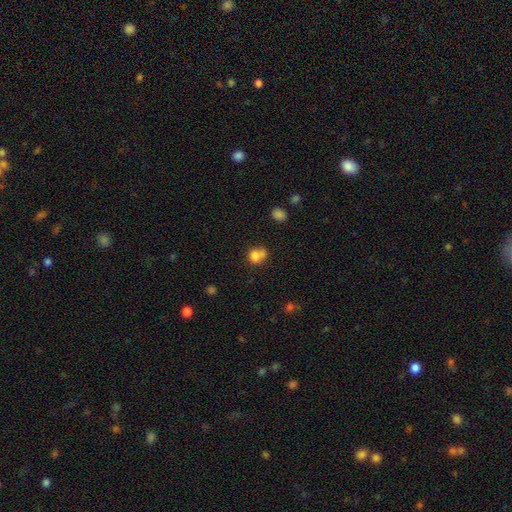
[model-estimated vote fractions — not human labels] Smooth or featured?
  - smooth: 79% *
  - star or artifact: 11%
  - featured or disk: 10%
How rounded?
  - round: 72% *
  - in between: 27%
  - cigar-shaped: 1%
Merging?
  - none: 40% *
  - merger: 35%
  - minor disturbance: 18%
  - major disturbance: 8%